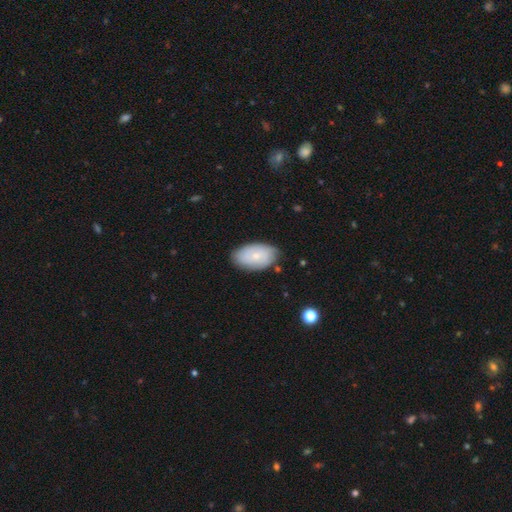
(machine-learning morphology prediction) A smooth galaxy with no disk features (65%) that is in between round and cigar-shaped (94%).

Vote fractions:
- Smooth or featured? smooth: 65% / featured or disk: 29% / star or artifact: 6%
- How rounded? in between: 94% / round: 5% / cigar-shaped: 2%
- Merging? none: 78% / minor disturbance: 17% / major disturbance: 3% / merger: 2%